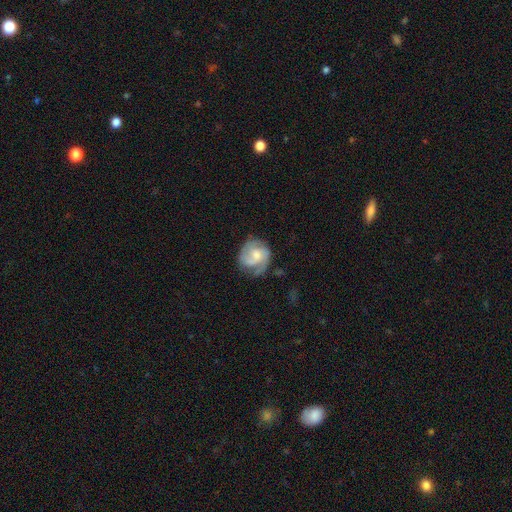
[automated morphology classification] The model was most divided on "spiral winding": medium: 43%, tight: 42%, loose: 15%. Remaining: edge-on disk — no (98%); spiral arms — yes (92%); smooth or featured — featured or disk (71%); bar — no (62%); merging — none (61%); spiral arm count — 2 (57%); bulge size — moderate (49%).